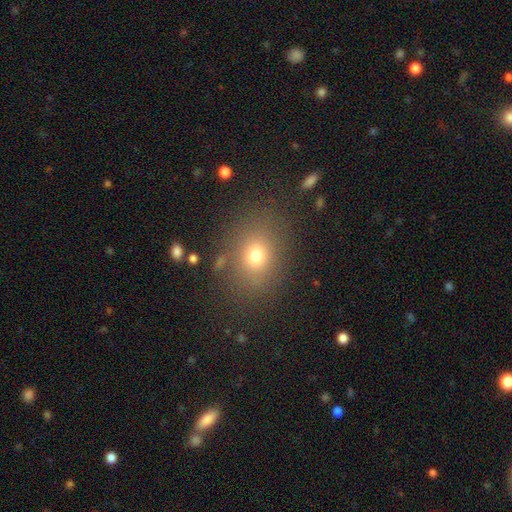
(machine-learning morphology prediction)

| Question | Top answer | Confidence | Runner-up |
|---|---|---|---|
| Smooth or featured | smooth | 72% | star or artifact (17%) |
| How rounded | round | 50% | in between (49%) |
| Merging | none | 81% | minor disturbance (11%) |